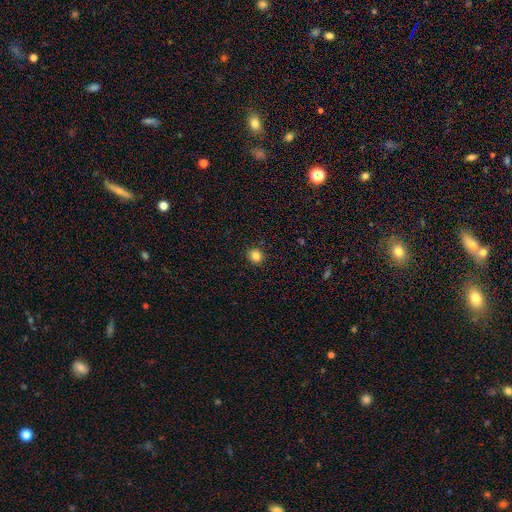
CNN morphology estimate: type=smooth (83%); roundness=round (85%); merging=none (91%).